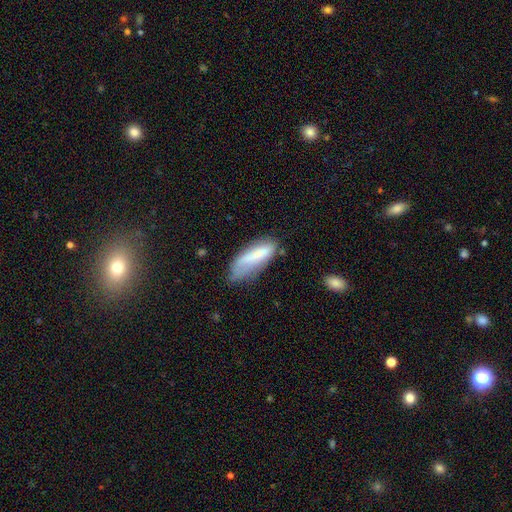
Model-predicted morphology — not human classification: Overall: smooth (72%). How rounded: in between (58%; cigar-shaped 40%). Merging: none (41%; minor disturbance 37%).